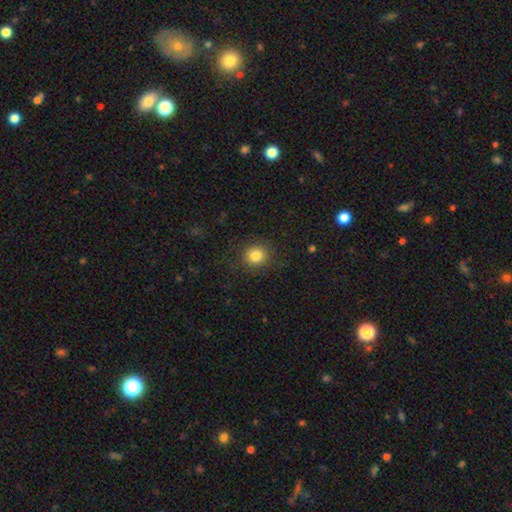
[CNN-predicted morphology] Q: Smooth or featured?
A: smooth (82%); runner-up: star or artifact (11%)
Q: How rounded?
A: round (88%); runner-up: in between (11%)
Q: Merging?
A: none (87%); runner-up: minor disturbance (9%)